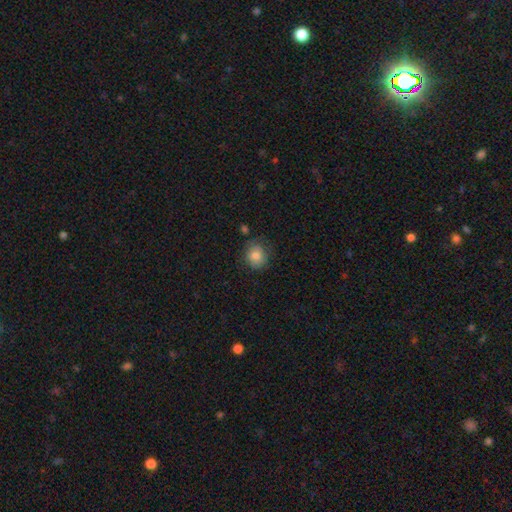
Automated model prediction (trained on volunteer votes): Smooth or featured?
  - smooth: 79% *
  - featured or disk: 13%
  - star or artifact: 9%
How rounded?
  - round: 77% *
  - in between: 22%
  - cigar-shaped: 1%
Merging?
  - none: 72% *
  - minor disturbance: 20%
  - major disturbance: 6%
  - merger: 2%